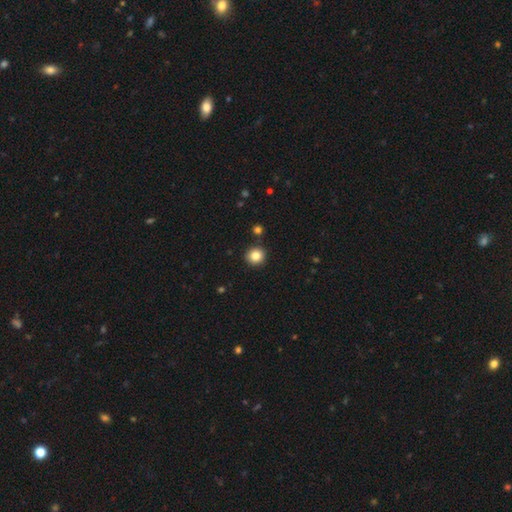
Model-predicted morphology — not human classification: Overall: smooth (84%). How rounded: round (93%). Merging: none (90%).